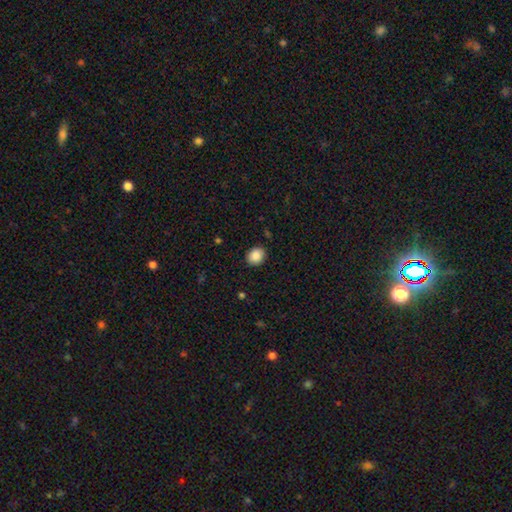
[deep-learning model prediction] smooth-or-featured: smooth: 88% | star or artifact: 8% | featured or disk: 3%
  how-rounded: round: 61% | in between: 38% | cigar-shaped: 1%
  merging: none: 89% | minor disturbance: 8% | major disturbance: 2% | merger: 1%